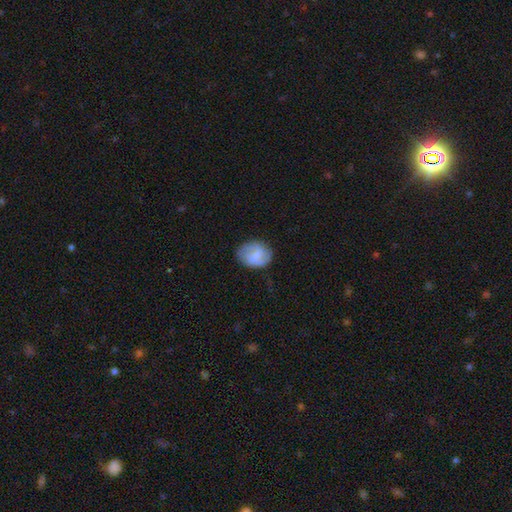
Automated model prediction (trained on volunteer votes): Q: Smooth or featured?
A: featured or disk (50%); runner-up: smooth (43%)
Q: Edge-on disk?
A: no (97%); runner-up: yes (3%)
Q: Merging?
A: none (74%); runner-up: minor disturbance (19%)